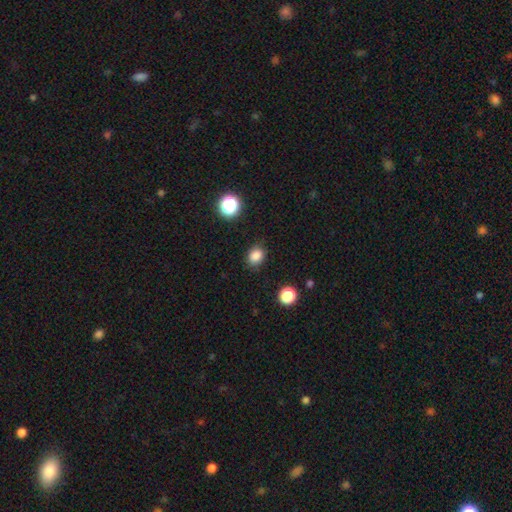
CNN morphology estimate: Smooth or featured? Predicted: smooth (p=0.84). How rounded? Predicted: round (p=0.55). Merging? Predicted: none (p=0.85).